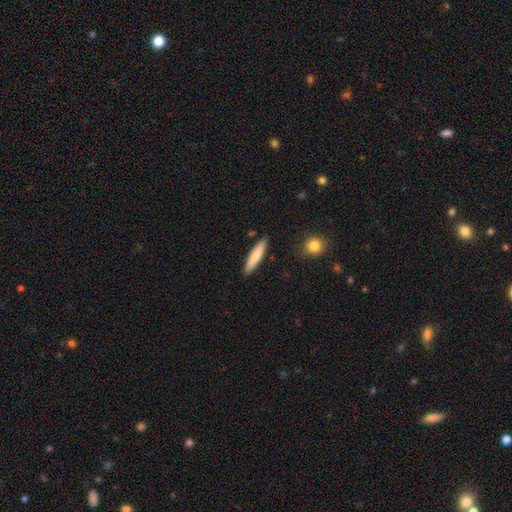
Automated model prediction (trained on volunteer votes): smooth-or-featured: smooth: 76% | featured or disk: 18% | star or artifact: 6%
  how-rounded: cigar-shaped: 84% | in between: 15% | round: 1%
  merging: none: 88% | minor disturbance: 9% | merger: 2% | major disturbance: 2%